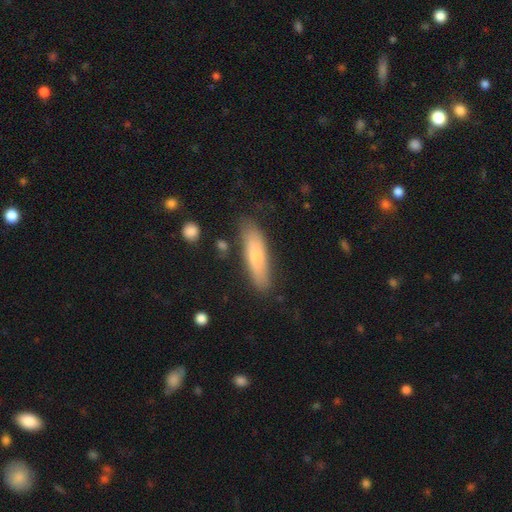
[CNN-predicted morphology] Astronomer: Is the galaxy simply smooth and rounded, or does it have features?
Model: smooth — 67%.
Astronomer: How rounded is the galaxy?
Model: cigar-shaped — 64%.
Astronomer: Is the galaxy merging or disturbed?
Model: none — 79%.